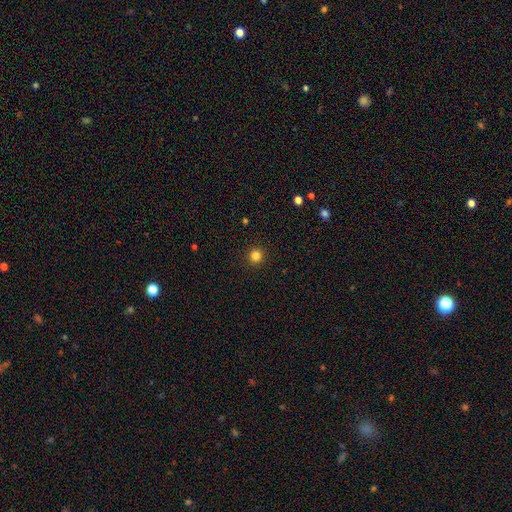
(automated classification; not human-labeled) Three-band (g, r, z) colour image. It shows a smooth galaxy with no disk features (82%) that is round (94%). Merging: none (93%).